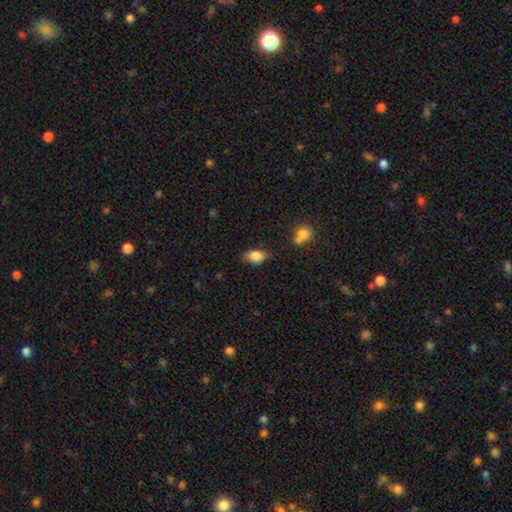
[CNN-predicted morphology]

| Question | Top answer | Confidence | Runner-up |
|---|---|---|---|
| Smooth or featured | smooth | 81% | featured or disk (11%) |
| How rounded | in between | 86% | round (11%) |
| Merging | none | 75% | minor disturbance (17%) |